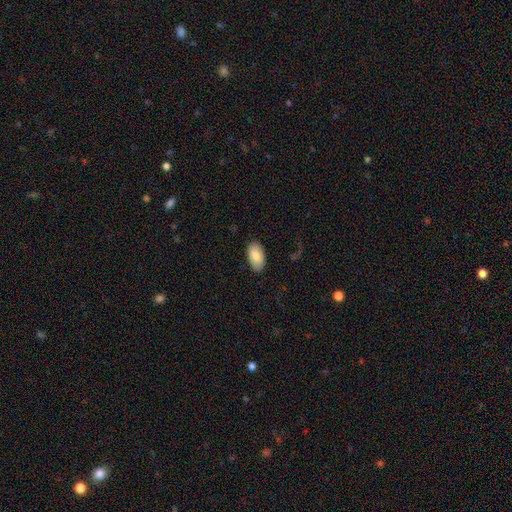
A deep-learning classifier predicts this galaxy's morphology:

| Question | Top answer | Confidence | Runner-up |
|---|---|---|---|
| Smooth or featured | smooth | 85% | featured or disk (9%) |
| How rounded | in between | 95% | round (3%) |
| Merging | none | 87% | minor disturbance (10%) |